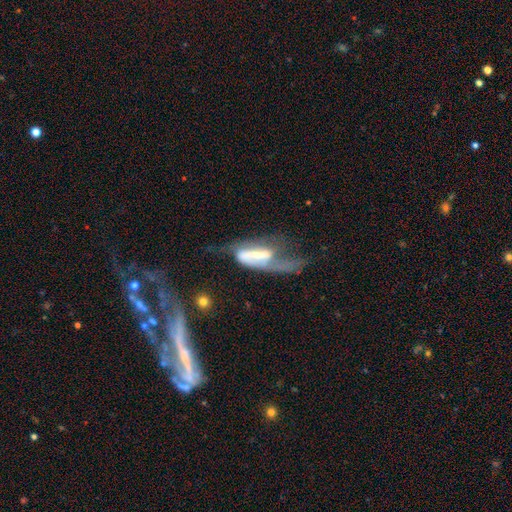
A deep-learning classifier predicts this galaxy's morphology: Smooth or featured?
  - featured or disk: 69% *
  - smooth: 23%
  - star or artifact: 7%
Edge-on disk?
  - no: 87% *
  - yes: 13%
Bar?
  - strong: 47% *
  - weak: 32%
  - no: 21%
Spiral arms?
  - yes: 74% *
  - no: 26%
Bulge size?
  - small: 40% *
  - moderate: 35%
  - none: 12%
  - large: 10%
  - dominant: 3%
Merging?
  - major disturbance: 49% *
  - none: 22%
  - minor disturbance: 15%
  - merger: 14%